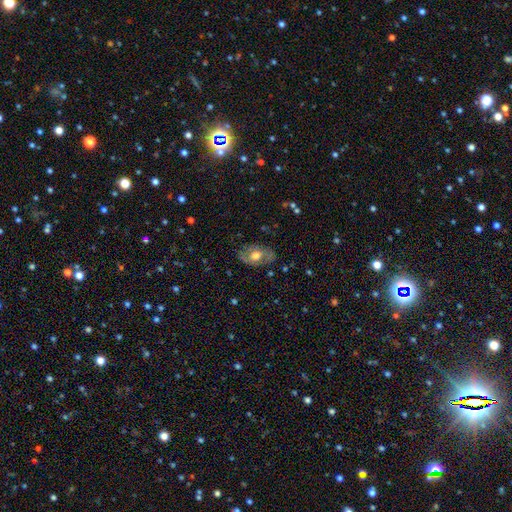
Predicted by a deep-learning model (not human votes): Smooth or featured? Predicted: featured or disk (p=0.48). Merging? Predicted: none (p=0.75).